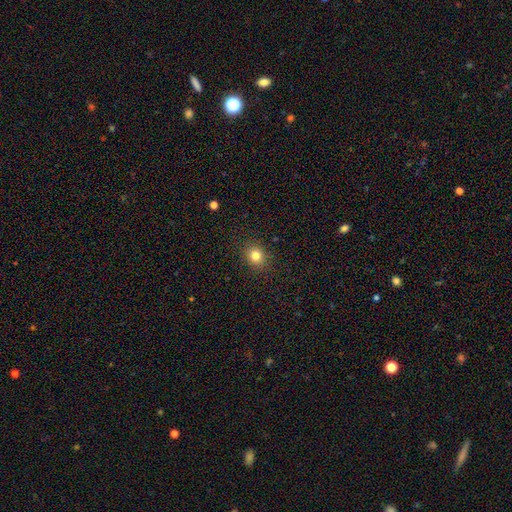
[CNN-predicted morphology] A smooth galaxy with no disk features (81%) that is round (72%). Merging: none (89%).